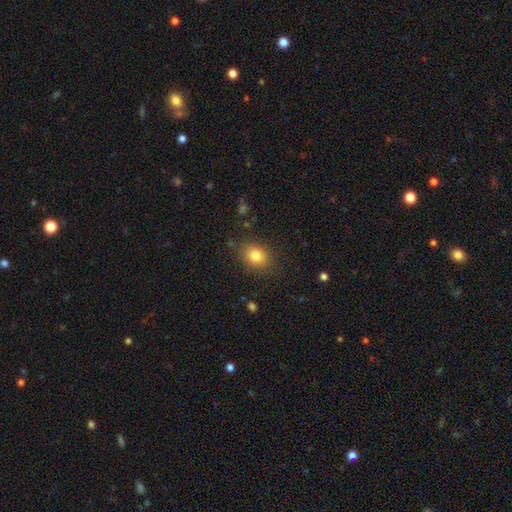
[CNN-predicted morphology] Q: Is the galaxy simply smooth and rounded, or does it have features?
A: smooth — 81%.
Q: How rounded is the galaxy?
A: round — 53%.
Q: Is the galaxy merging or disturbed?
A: none — 83%.